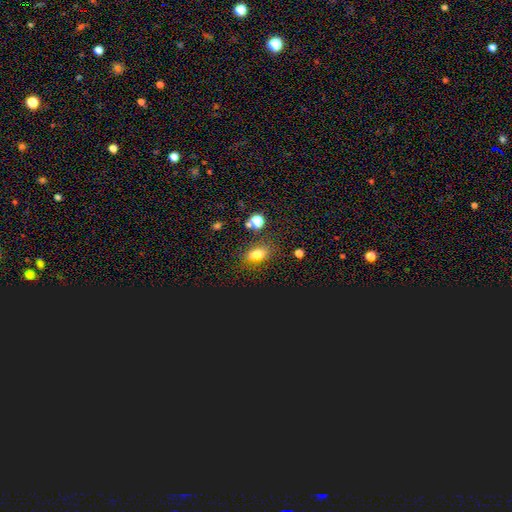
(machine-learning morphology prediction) Smooth or featured? smooth (71%)
How rounded? in between (76%)
Merging? none (79%)